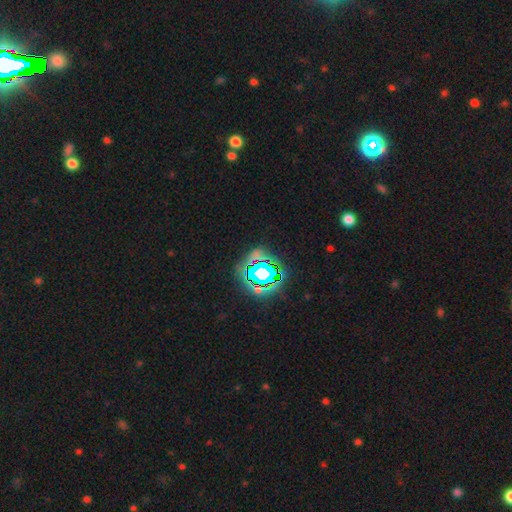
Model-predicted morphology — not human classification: Overall: star or artifact (71%).